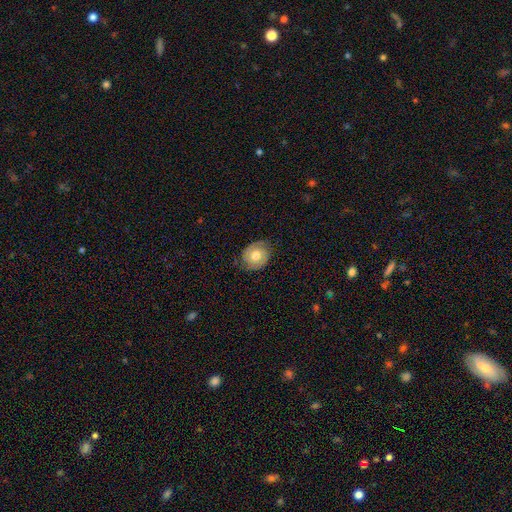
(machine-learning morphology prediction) smooth-or-featured: featured or disk: 62% | smooth: 32% | star or artifact: 7%
  disk-edge-on: no: 97% | yes: 3%
    bar: no: 72% | weak: 24% | strong: 5%
    has-spiral-arms: yes: 84% | no: 16%
      spiral-winding: tight: 52% | medium: 36% | loose: 12%
      spiral-arm-count: 2: 83% | can't tell: 9% | 1: 3% | 3: 2% | 4: 1% | more than 4: 1%
    bulge-size: moderate: 75% | large: 13% | small: 9% | none: 1% | dominant: 1%
  merging: none: 77% | minor disturbance: 17% | major disturbance: 5% | merger: 1%